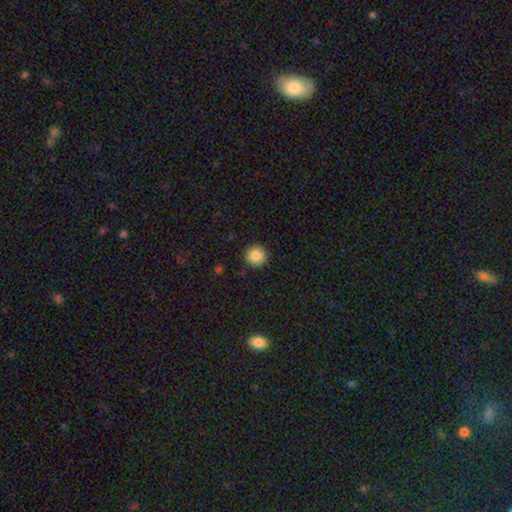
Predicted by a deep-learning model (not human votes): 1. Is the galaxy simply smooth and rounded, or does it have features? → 86% smooth, 9% star or artifact, 5% featured or disk.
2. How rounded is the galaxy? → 96% round, 3% in between, 1% cigar-shaped.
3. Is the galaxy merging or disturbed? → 91% none, 6% minor disturbance, 2% major disturbance, 1% merger.